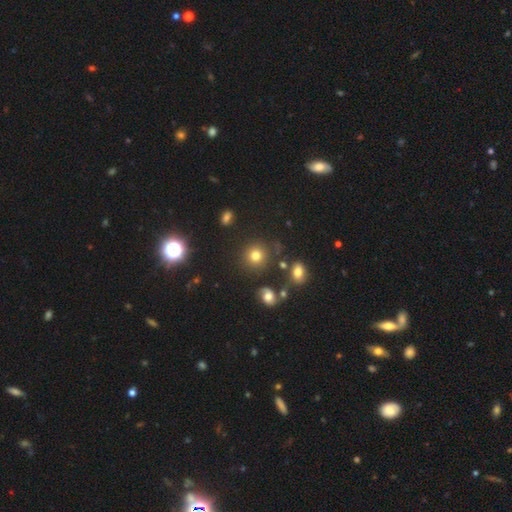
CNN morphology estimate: Smooth or featured?
  - smooth: 76% *
  - star or artifact: 15%
  - featured or disk: 9%
How rounded?
  - round: 90% *
  - in between: 9%
  - cigar-shaped: 1%
Merging?
  - none: 82% *
  - minor disturbance: 9%
  - merger: 5%
  - major disturbance: 4%